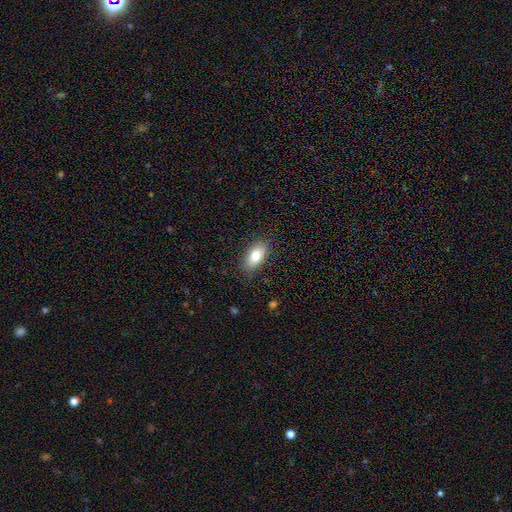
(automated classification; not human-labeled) Smooth or featured?
  - smooth: 81% *
  - featured or disk: 12%
  - star or artifact: 7%
How rounded?
  - in between: 91% *
  - cigar-shaped: 5%
  - round: 4%
Merging?
  - none: 86% *
  - minor disturbance: 11%
  - major disturbance: 3%
  - merger: 1%